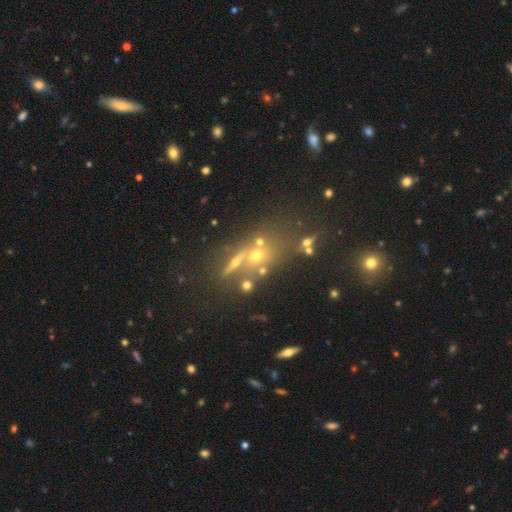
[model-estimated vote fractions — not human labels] smooth 37%, star or artifact 32%, featured or disk 31%. Down the decision tree: merging — none (49%).